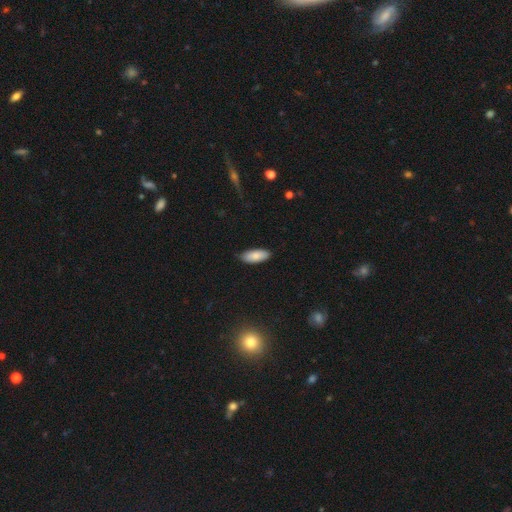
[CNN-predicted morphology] The model was most divided on "merging": none: 83%, minor disturbance: 14%, major disturbance: 2%, merger: 1%. More confident: how rounded — in between (85%); smooth or featured — smooth (84%).